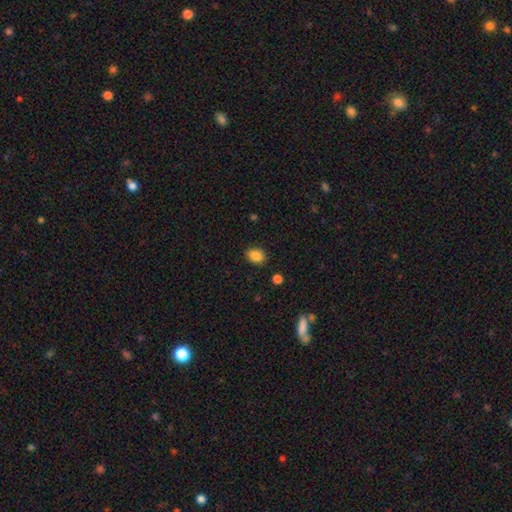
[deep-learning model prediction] Q: Smooth or featured?
A: smooth (86%); runner-up: star or artifact (9%)
Q: How rounded?
A: in between (70%); runner-up: round (29%)
Q: Merging?
A: none (87%); runner-up: minor disturbance (10%)